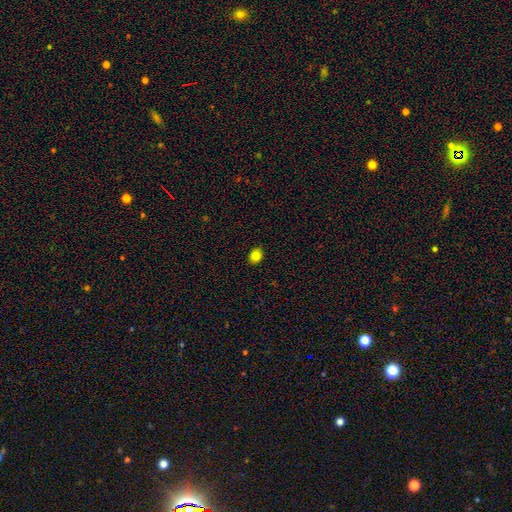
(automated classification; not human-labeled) smooth-or-featured: smooth: 84% | star or artifact: 11% | featured or disk: 5%
  how-rounded: in between: 59% | round: 40% | cigar-shaped: 1%
  merging: none: 88% | minor disturbance: 9% | major disturbance: 2% | merger: 1%